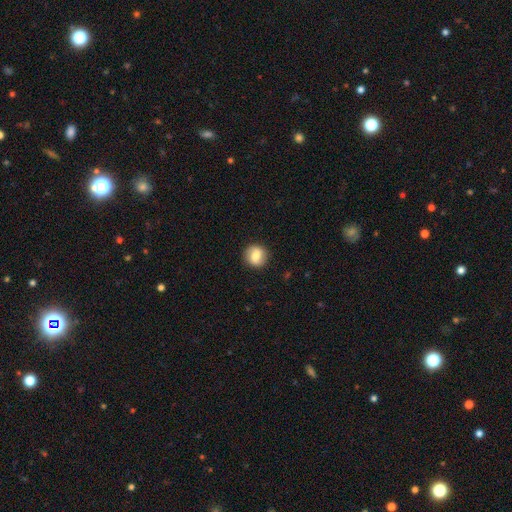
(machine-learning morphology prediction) smooth_or_featured: smooth (p=0.66) [alt: featured or disk p=0.26]
how_rounded: round (p=0.89) [alt: in between p=0.10]
merging: none (p=0.88) [alt: minor disturbance p=0.09]